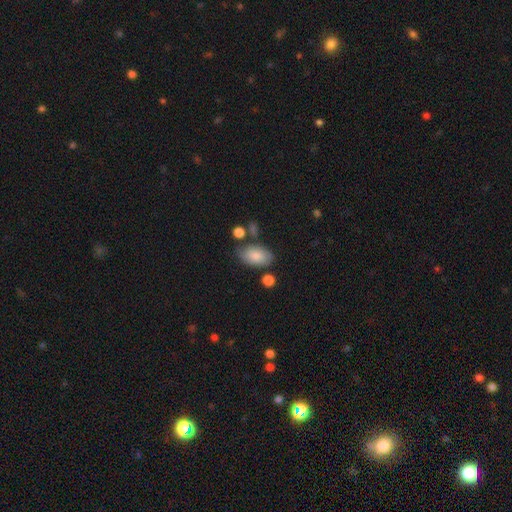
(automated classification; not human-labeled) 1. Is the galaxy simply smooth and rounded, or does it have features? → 80% smooth, 13% featured or disk, 7% star or artifact.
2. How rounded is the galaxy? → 93% in between, 6% round, 2% cigar-shaped.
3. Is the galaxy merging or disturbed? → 66% none, 20% minor disturbance, 8% merger, 6% major disturbance.